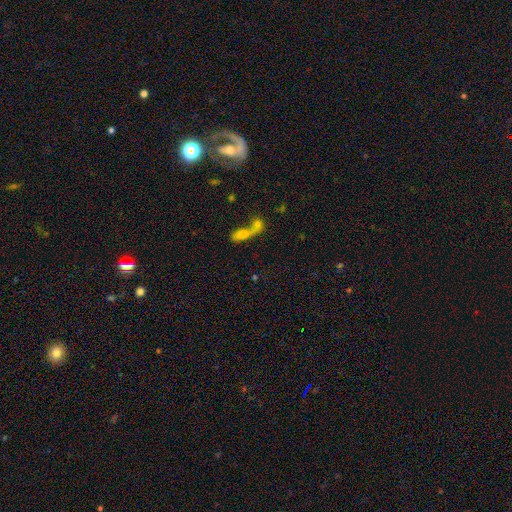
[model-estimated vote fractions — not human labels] Smooth or featured? smooth (61%)
How rounded? in between (60%)
Merging? merger (73%)